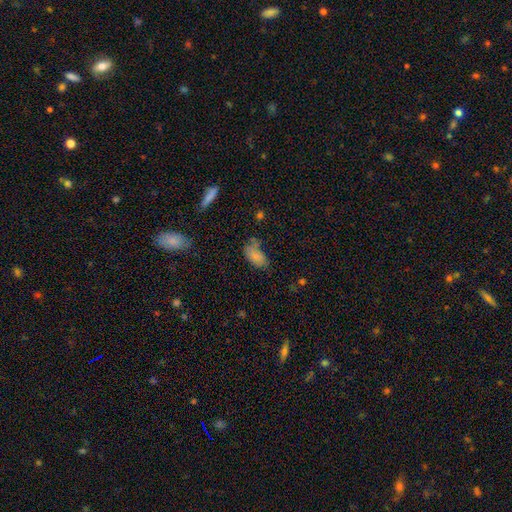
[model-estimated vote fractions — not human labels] smooth 81%, star or artifact 10%, featured or disk 9%. Down the decision tree: how rounded — in between (93%); merging — none (51%).